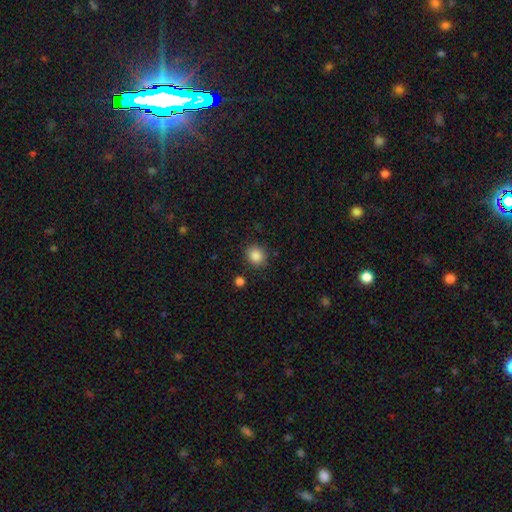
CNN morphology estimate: smooth 87%, star or artifact 10%, featured or disk 4%. Down the decision tree: how rounded — round (79%); merging — none (85%).